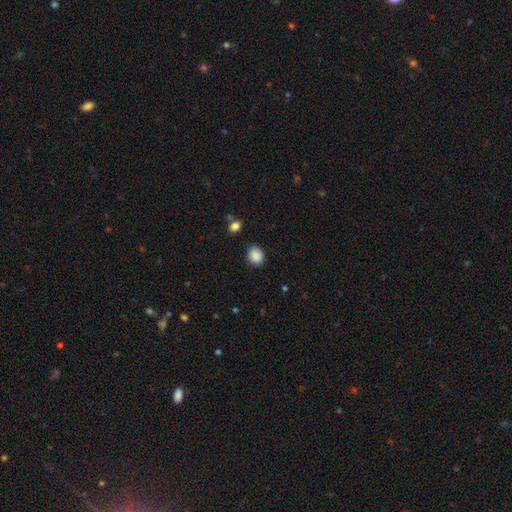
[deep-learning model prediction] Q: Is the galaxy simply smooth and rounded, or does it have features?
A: smooth — 88%.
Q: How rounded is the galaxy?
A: round — 59%.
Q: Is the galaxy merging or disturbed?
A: none — 84%.